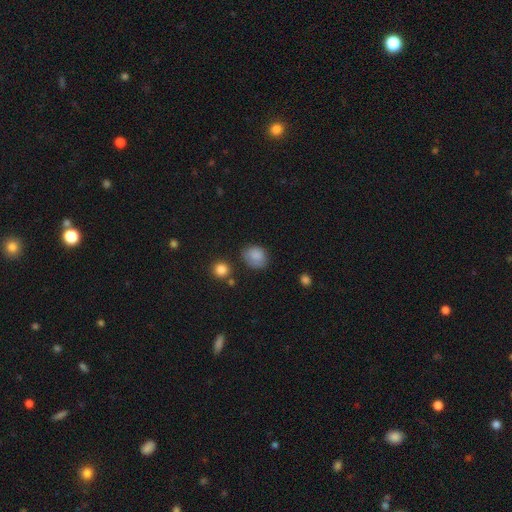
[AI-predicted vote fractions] A smooth galaxy with no disk features (83%) that is round (51%).

Vote fractions:
- Smooth or featured? smooth: 83% / star or artifact: 9% / featured or disk: 8%
- How rounded? round: 51% / in between: 48% / cigar-shaped: 1%
- Merging? none: 62% / minor disturbance: 27% / major disturbance: 8% / merger: 3%